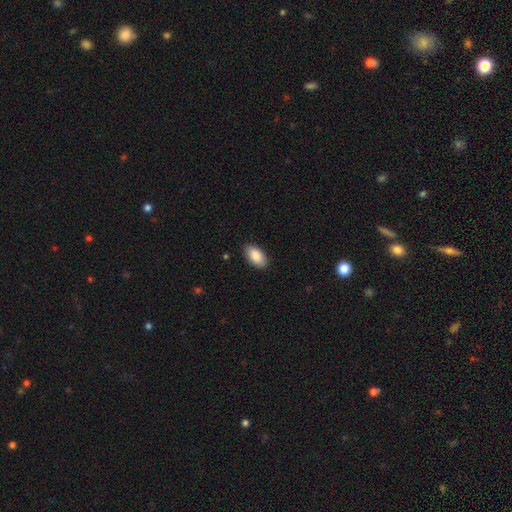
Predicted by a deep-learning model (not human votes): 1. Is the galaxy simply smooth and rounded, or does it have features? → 89% smooth, 6% star or artifact, 5% featured or disk.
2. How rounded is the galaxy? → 95% in between, 3% round, 2% cigar-shaped.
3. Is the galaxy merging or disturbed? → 88% none, 9% minor disturbance, 2% major disturbance, 1% merger.